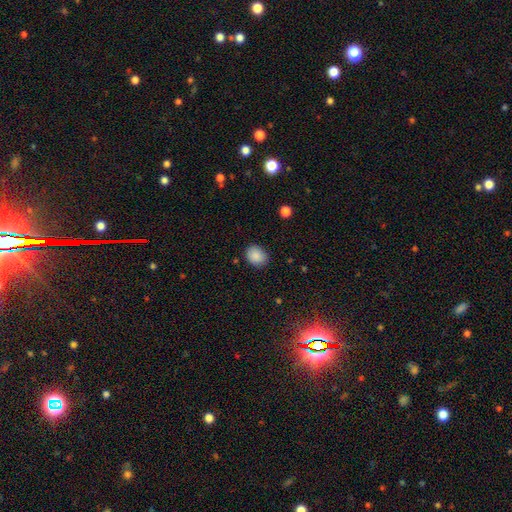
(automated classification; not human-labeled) Q: Smooth or featured?
A: smooth (88%); runner-up: star or artifact (8%)
Q: How rounded?
A: round (53%); runner-up: in between (46%)
Q: Merging?
A: none (82%); runner-up: minor disturbance (14%)